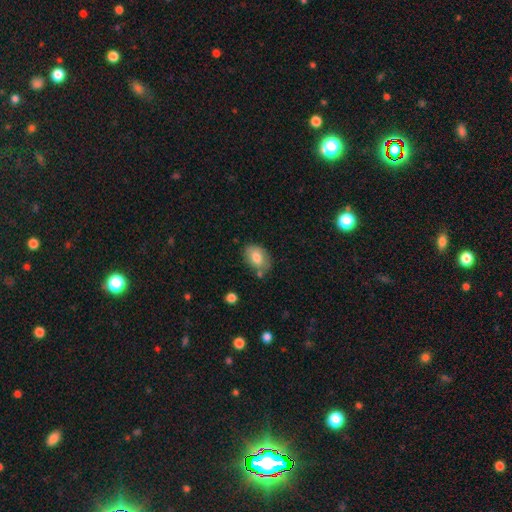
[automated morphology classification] A smooth galaxy with no disk features (78%) that is in between round and cigar-shaped (80%).

Vote fractions:
- Smooth or featured? smooth: 78% / featured or disk: 14% / star or artifact: 7%
- How rounded? in between: 80% / round: 19% / cigar-shaped: 1%
- Merging? none: 64% / minor disturbance: 22% / merger: 9% / major disturbance: 5%